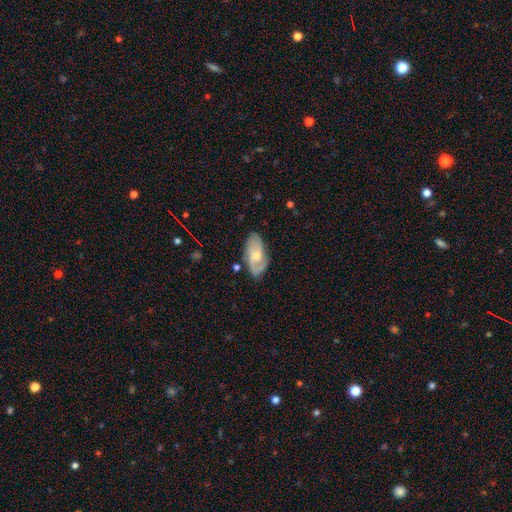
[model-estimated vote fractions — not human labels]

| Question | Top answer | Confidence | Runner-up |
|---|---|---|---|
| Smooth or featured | featured or disk | 68% | smooth (26%) |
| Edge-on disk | no | 94% | yes (6%) |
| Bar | no | 53% | weak (40%) |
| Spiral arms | yes | 90% | no (10%) |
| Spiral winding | medium | 46% | tight (27%) |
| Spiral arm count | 2 | 64% | can't tell (17%) |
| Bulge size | moderate | 49% | small (43%) |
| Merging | none | 71% | minor disturbance (21%) |